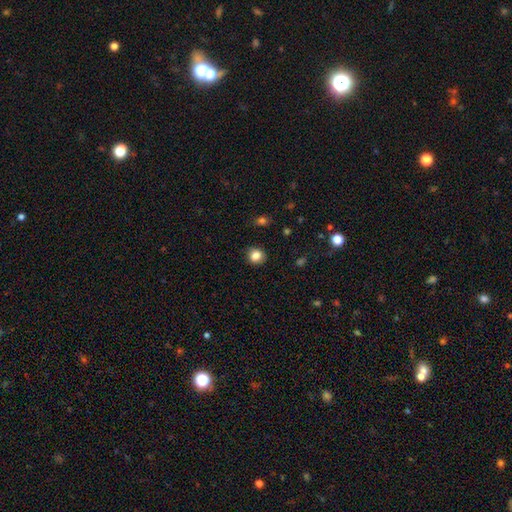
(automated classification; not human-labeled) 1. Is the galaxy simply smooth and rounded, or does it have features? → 84% smooth, 11% star or artifact, 6% featured or disk.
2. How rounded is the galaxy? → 83% round, 16% in between, 1% cigar-shaped.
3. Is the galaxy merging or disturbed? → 88% none, 9% minor disturbance, 2% major disturbance, 1% merger.